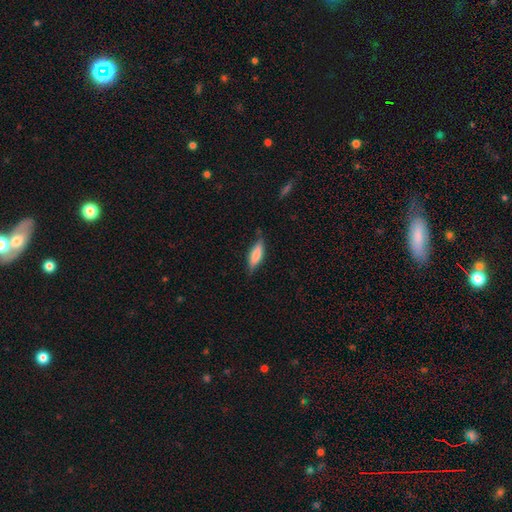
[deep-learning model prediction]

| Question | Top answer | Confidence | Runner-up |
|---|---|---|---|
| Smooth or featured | smooth | 71% | featured or disk (22%) |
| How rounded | cigar-shaped | 49% | tied: in between (49%) |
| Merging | none | 71% | minor disturbance (22%) |